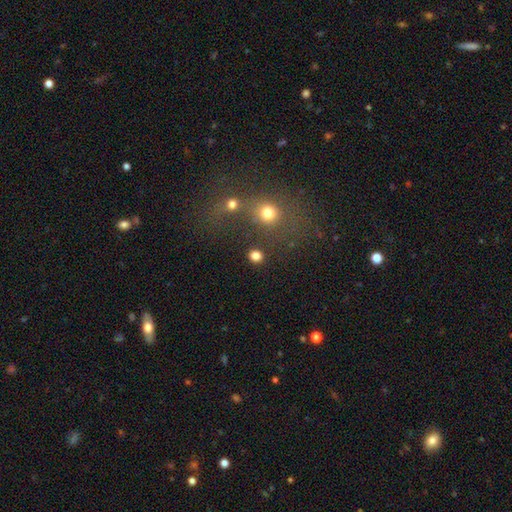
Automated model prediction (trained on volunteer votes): smooth 80%, star or artifact 15%, featured or disk 5%. Down the decision tree: how rounded — round (86%); merging — none (83%).